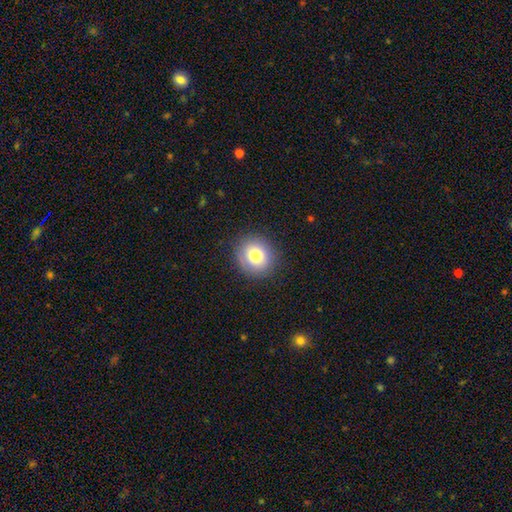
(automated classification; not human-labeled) This appears to be a smooth galaxy with no disk features (78%) that is round (86%). Merging: none (87%).